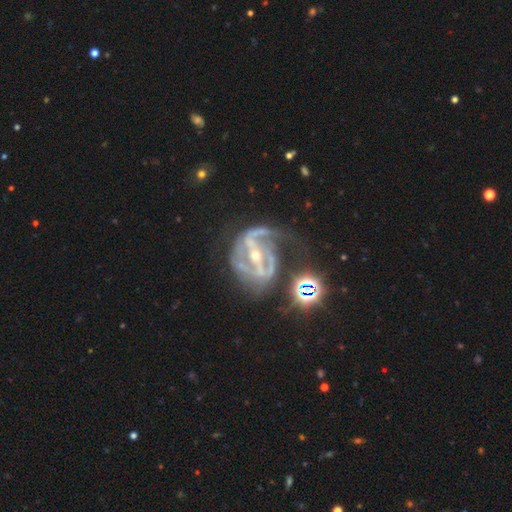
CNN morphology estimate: This is clearly a featured or disk galaxy (89%). It is clearly not viewed edge-on (97%). Bar: likely strong (72%). Spiral arm pattern: clearly yes (94%). Spiral arm count: likely 2 (63%). Spiral winding: possibly medium (49%). Central bulge: likely small (61%). Merging: marginally none (38%).